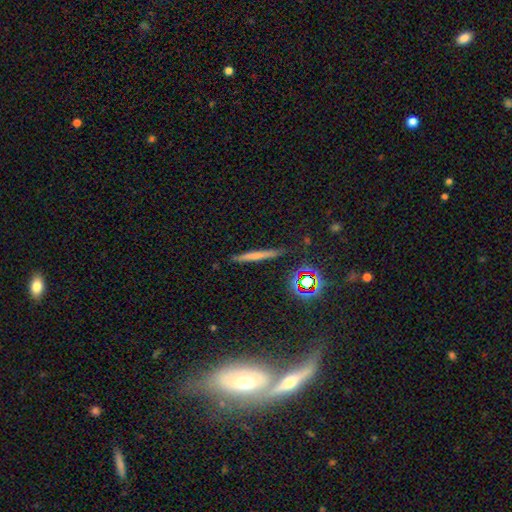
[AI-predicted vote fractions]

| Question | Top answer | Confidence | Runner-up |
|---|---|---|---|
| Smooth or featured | smooth | 55% | featured or disk (31%) |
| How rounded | cigar-shaped | 91% | in between (5%) |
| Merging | none | 86% | minor disturbance (10%) |